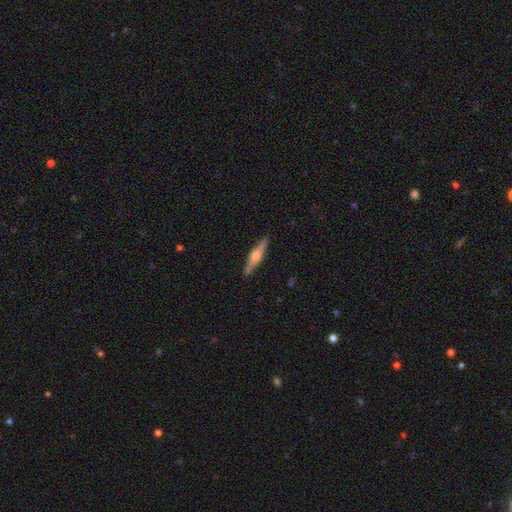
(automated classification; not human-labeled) A featured or disk galaxy (74%) viewed edge-on (98%) with a rounded central bulge (91%). Merging: none (91%).